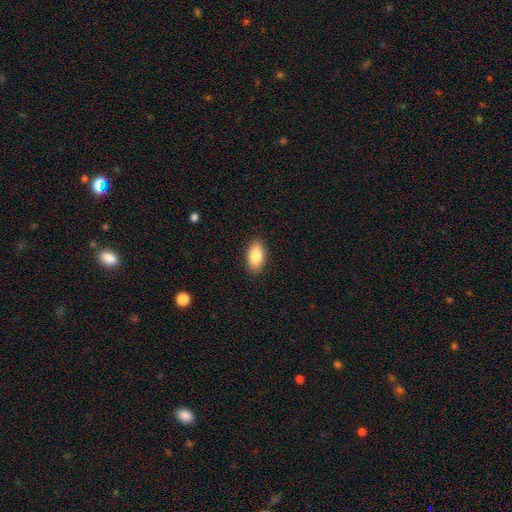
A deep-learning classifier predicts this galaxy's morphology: smooth 84%, featured or disk 9%, star or artifact 7%. Down the decision tree: how rounded — in between (91%); merging — none (89%).